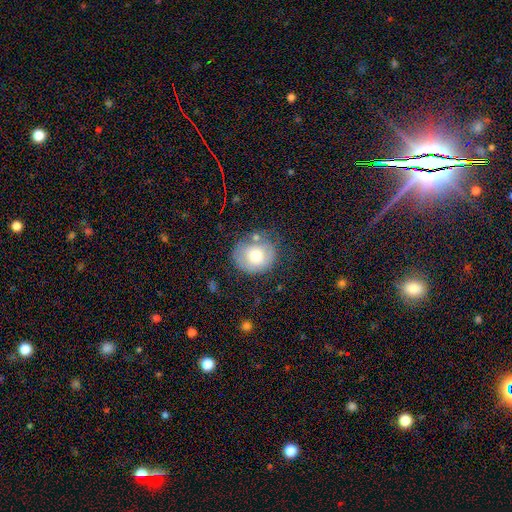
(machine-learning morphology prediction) Smooth or featured? Predicted: smooth (p=0.67). How rounded? Predicted: round (p=0.74). Merging? Predicted: none (p=0.64).